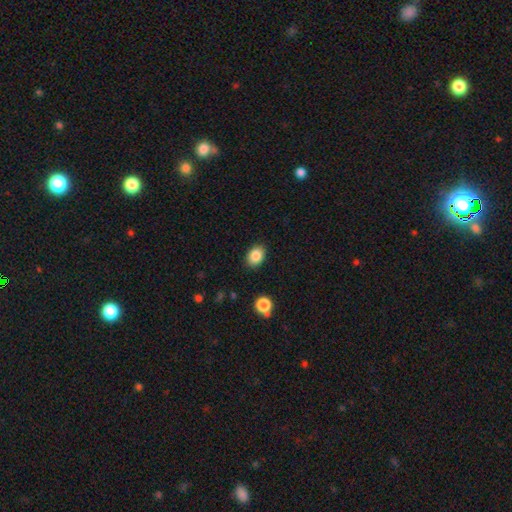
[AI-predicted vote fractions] Smooth or featured?
  - smooth: 86% *
  - star or artifact: 9%
  - featured or disk: 5%
How rounded?
  - in between: 72% *
  - round: 27%
  - cigar-shaped: 1%
Merging?
  - none: 88% *
  - minor disturbance: 9%
  - major disturbance: 2%
  - merger: 1%